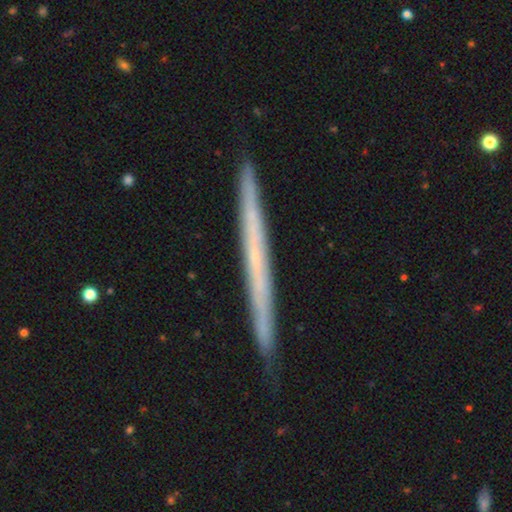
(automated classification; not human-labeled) This is possibly a featured or disk galaxy (58%). It is clearly viewed edge-on (97%). Edge-on bulge: clearly none (90%). Merging: clearly none (90%).